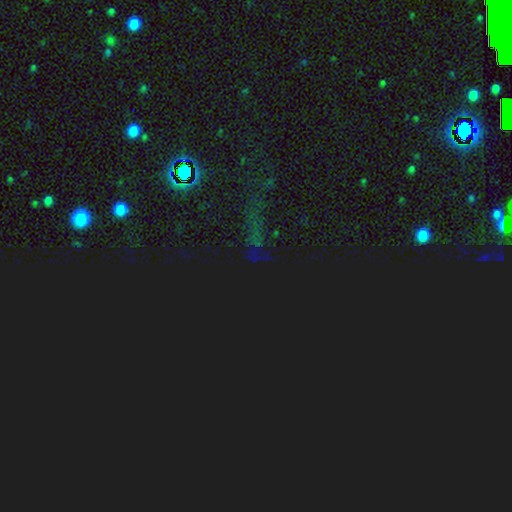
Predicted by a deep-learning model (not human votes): Overall: star or artifact (82%).